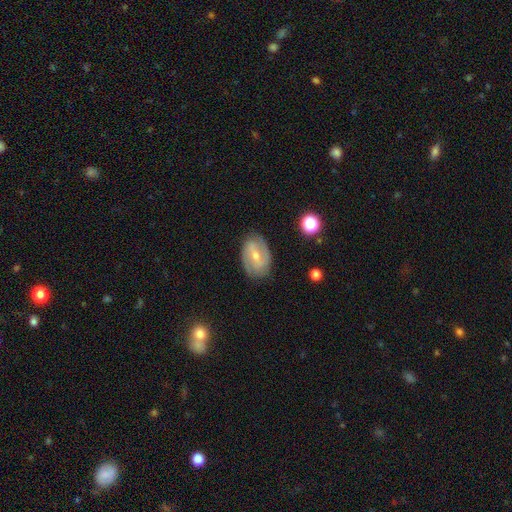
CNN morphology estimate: Q: Smooth or featured?
A: featured or disk (71%); runner-up: smooth (23%)
Q: Edge-on disk?
A: no (95%); runner-up: yes (5%)
Q: Bar?
A: weak (46%); runner-up: strong (37%)
Q: Spiral arms?
A: yes (80%); runner-up: no (20%)
Q: Spiral winding?
A: medium (42%); runner-up: tight (38%)
Q: Spiral arm count?
A: 2 (78%); runner-up: can't tell (14%)
Q: Bulge size?
A: small (52%); runner-up: moderate (44%)
Q: Merging?
A: none (80%); runner-up: minor disturbance (14%)